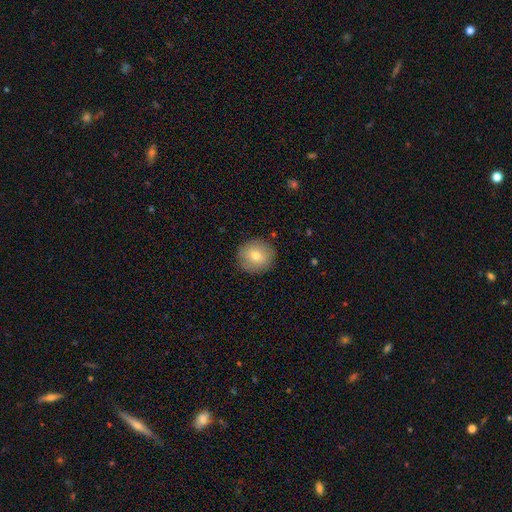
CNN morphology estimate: A smooth galaxy with no disk features (77%) that is round (92%).

Vote fractions:
- Smooth or featured? smooth: 77% / featured or disk: 14% / star or artifact: 9%
- How rounded? round: 92% / in between: 7% / cigar-shaped: 1%
- Merging? none: 89% / minor disturbance: 8% / major disturbance: 2% / merger: 1%